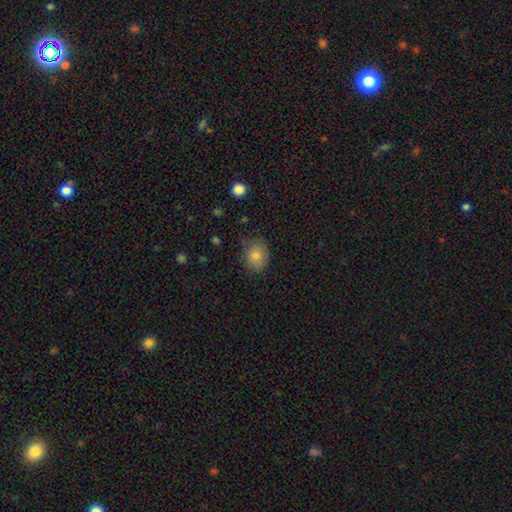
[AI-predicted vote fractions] A smooth galaxy with no disk features (80%) that is round (61%). Merging: none (78%).